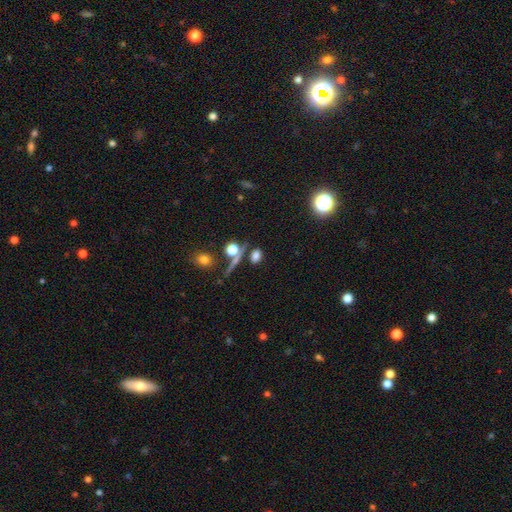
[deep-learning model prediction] Smooth or featured?
  - smooth: 71% *
  - star or artifact: 18%
  - featured or disk: 11%
How rounded?
  - in between: 63% *
  - round: 26%
  - cigar-shaped: 11%
Merging?
  - none: 67% *
  - merger: 15%
  - minor disturbance: 12%
  - major disturbance: 6%